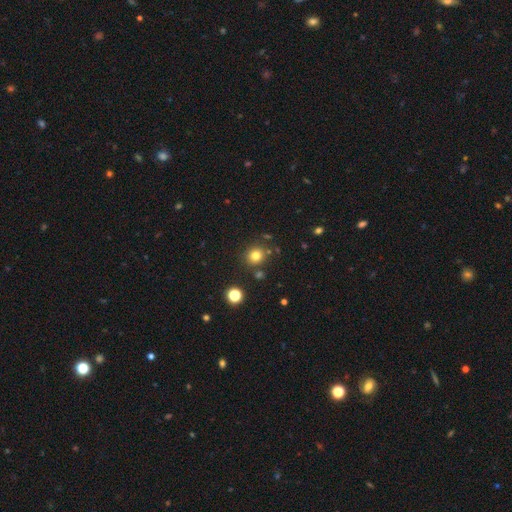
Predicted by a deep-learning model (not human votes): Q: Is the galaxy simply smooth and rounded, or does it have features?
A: smooth — 78%.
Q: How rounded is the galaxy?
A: round — 88%.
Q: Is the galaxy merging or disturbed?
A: none — 83%.